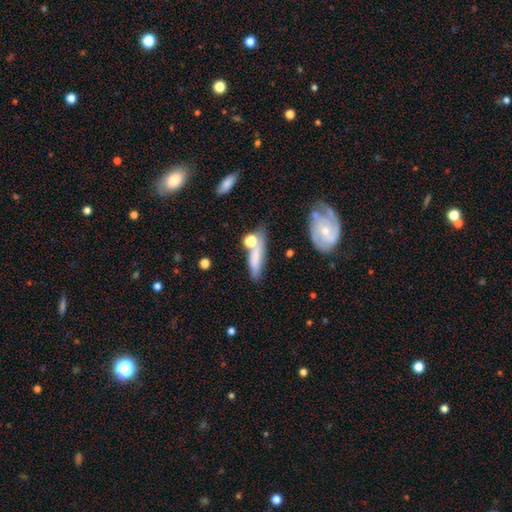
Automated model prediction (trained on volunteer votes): smooth-or-featured: smooth: 66% | featured or disk: 25% | star or artifact: 9%
  how-rounded: cigar-shaped: 61% | in between: 32% | round: 8%
  merging: none: 55% | merger: 18% | minor disturbance: 18% | major disturbance: 8%